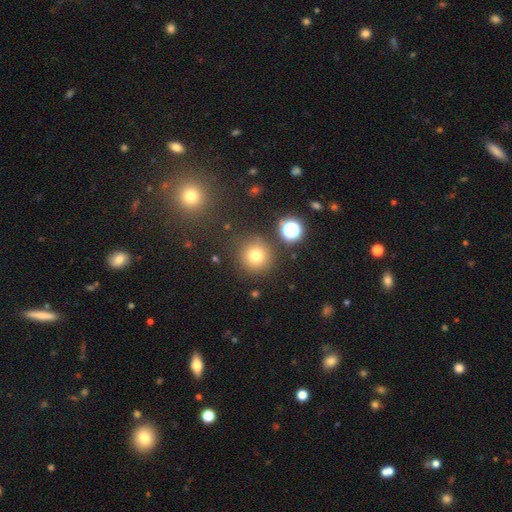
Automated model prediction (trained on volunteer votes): Q: Smooth or featured?
A: smooth (75%); runner-up: star or artifact (17%)
Q: How rounded?
A: round (94%); runner-up: in between (5%)
Q: Merging?
A: none (84%); runner-up: minor disturbance (8%)